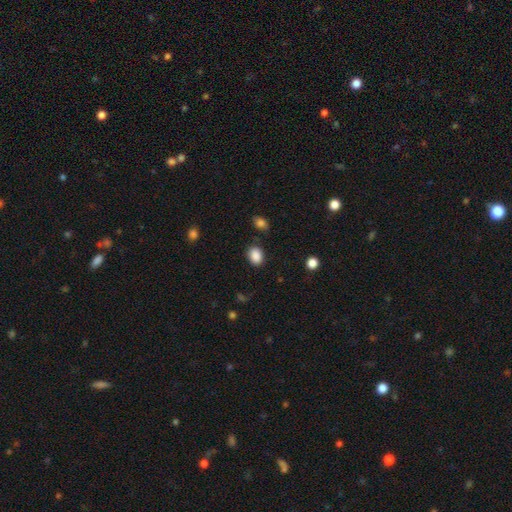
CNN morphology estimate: The model was most divided on "how rounded": in between: 69%, round: 30%, cigar-shaped: 1%. More confident: smooth or featured — smooth (88%); merging — none (80%).